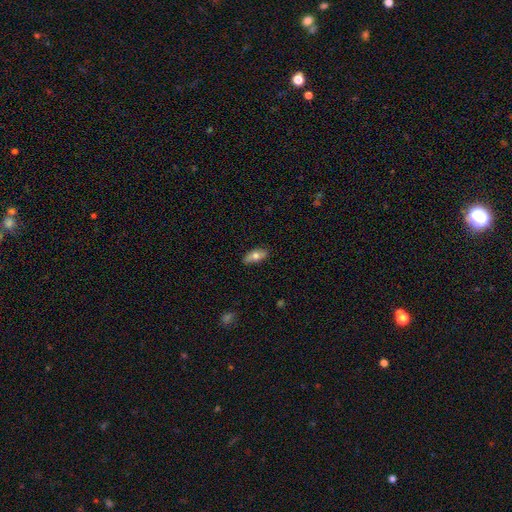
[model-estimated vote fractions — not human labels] Overall: smooth (69%). How rounded: in between (81%). Merging: none (85%).